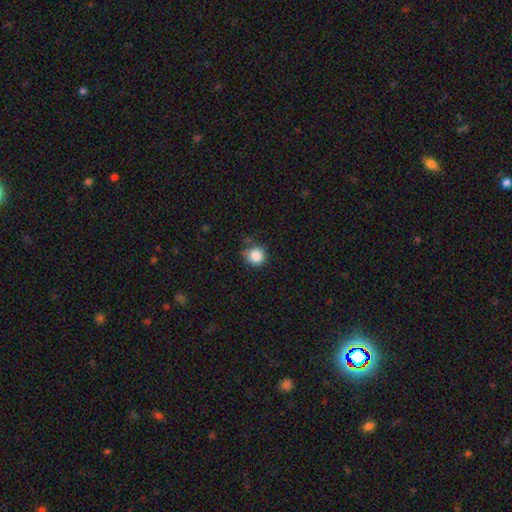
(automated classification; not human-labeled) Smooth or featured?
  - smooth: 85% *
  - star or artifact: 10%
  - featured or disk: 5%
How rounded?
  - round: 90% *
  - in between: 9%
  - cigar-shaped: 1%
Merging?
  - none: 70% *
  - minor disturbance: 22%
  - major disturbance: 5%
  - merger: 3%